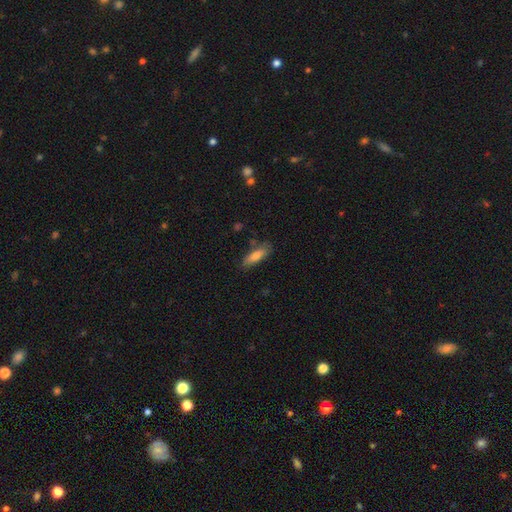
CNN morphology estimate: Smooth or featured?
  - smooth: 78% *
  - featured or disk: 15%
  - star or artifact: 7%
How rounded?
  - cigar-shaped: 51% *
  - in between: 47%
  - round: 2%
Merging?
  - none: 75% *
  - minor disturbance: 17%
  - major disturbance: 4%
  - merger: 4%